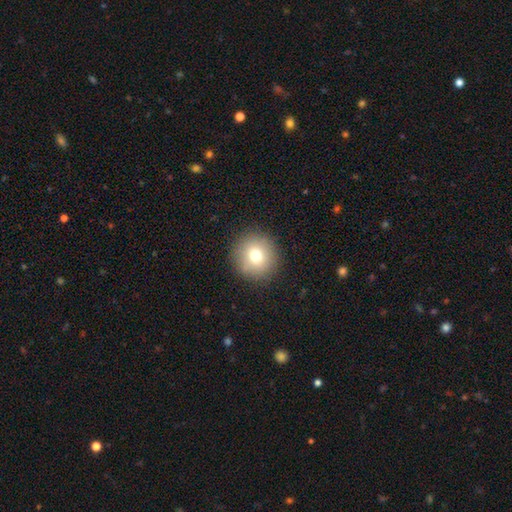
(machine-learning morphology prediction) The model was most divided on "smooth or featured": smooth: 75%, featured or disk: 13%, star or artifact: 12%. More confident: how rounded — round (94%); merging — none (91%).